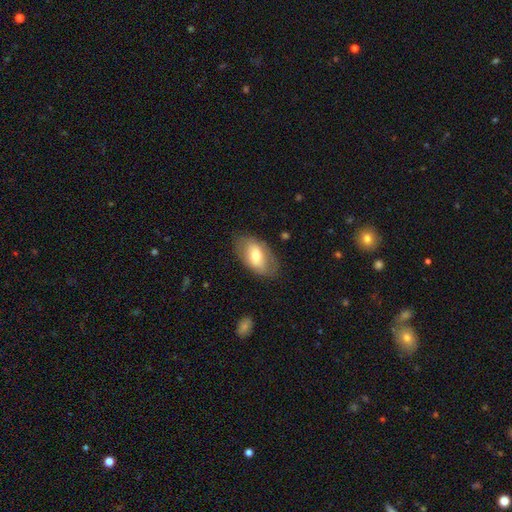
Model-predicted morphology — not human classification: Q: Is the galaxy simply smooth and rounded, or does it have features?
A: smooth — 59%.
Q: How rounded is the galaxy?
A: in between — 92%.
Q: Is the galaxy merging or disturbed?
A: none — 75%.